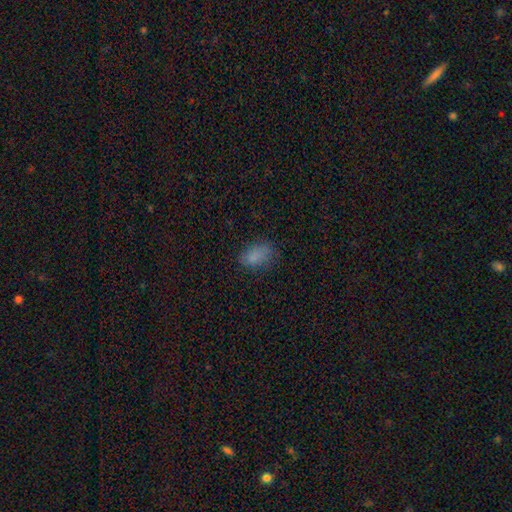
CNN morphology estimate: smooth_or_featured: smooth (p=0.80) [alt: star or artifact p=0.12]
how_rounded: in between (p=0.89) [alt: round p=0.08]
merging: none (p=0.69) [alt: minor disturbance p=0.22]